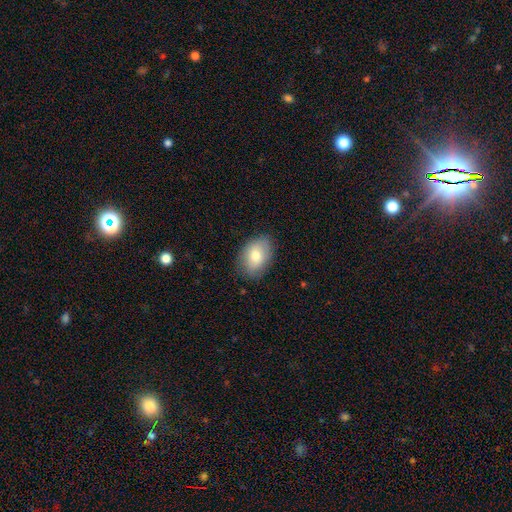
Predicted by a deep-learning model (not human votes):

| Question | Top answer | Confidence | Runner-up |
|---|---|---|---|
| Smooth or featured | smooth | 75% | featured or disk (18%) |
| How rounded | in between | 86% | round (13%) |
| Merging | none | 82% | minor disturbance (14%) |